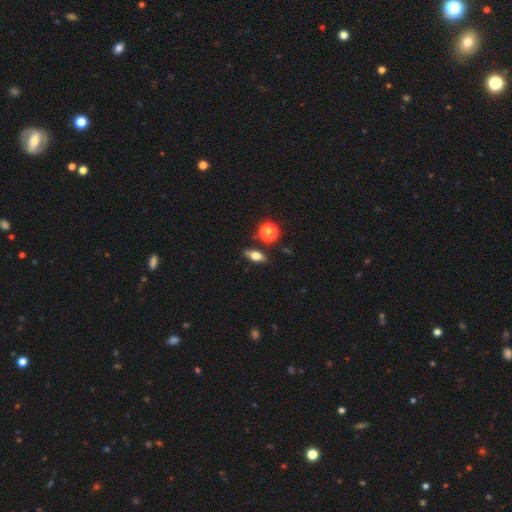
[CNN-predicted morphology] This is likely a smooth galaxy (67%). How rounded: likely in between (73%). Merging: clearly none (83%).